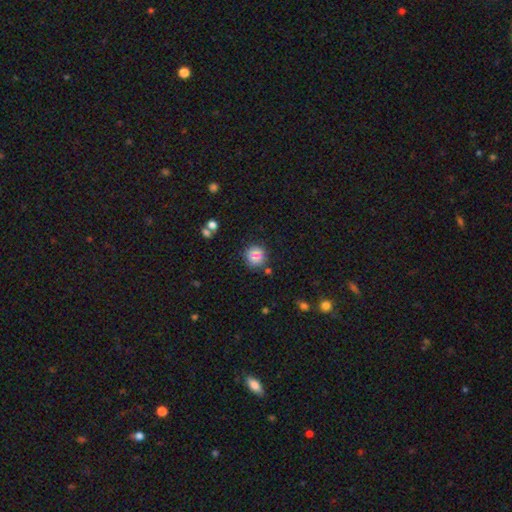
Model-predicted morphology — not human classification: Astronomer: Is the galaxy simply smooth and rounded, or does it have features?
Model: smooth — 86%.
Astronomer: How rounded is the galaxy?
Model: round — 93%.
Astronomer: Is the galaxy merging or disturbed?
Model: none — 82%.